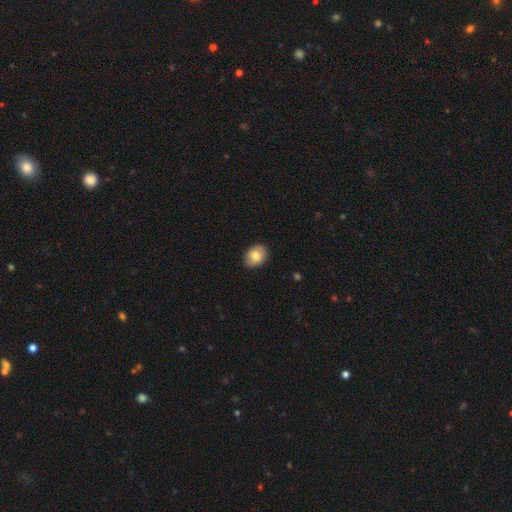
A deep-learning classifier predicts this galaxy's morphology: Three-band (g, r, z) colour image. It shows a smooth galaxy with no disk features (79%) that is in between round and cigar-shaped (68%). Merging: none (88%).